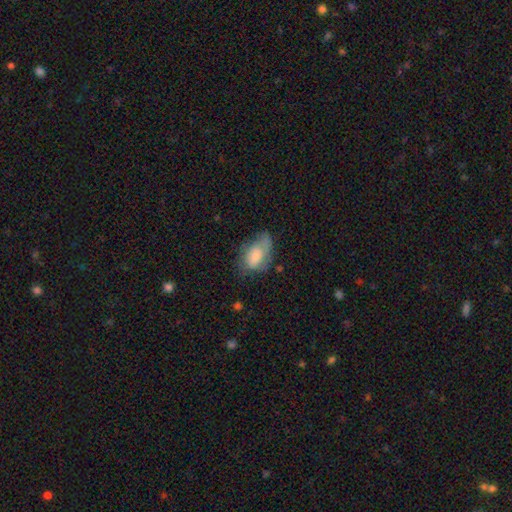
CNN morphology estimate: Smooth or featured? smooth (64%)
How rounded? in between (90%)
Merging? none (39%)